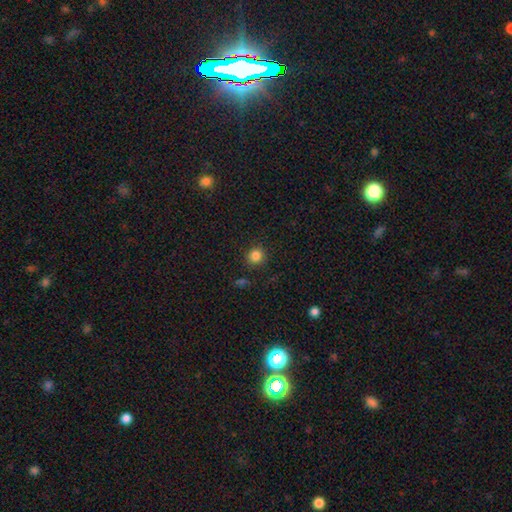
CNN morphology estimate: Overall: smooth (84%). How rounded: round (92%). Merging: none (89%).